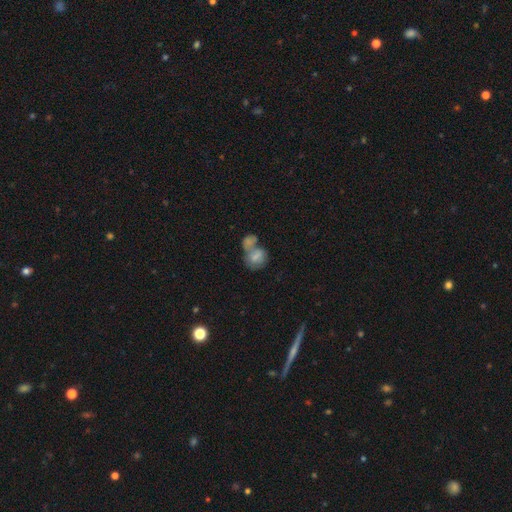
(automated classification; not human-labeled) Smooth or featured? Predicted: smooth (p=0.67). How rounded? Predicted: in between (p=0.55). Merging? Predicted: merger (p=0.66).